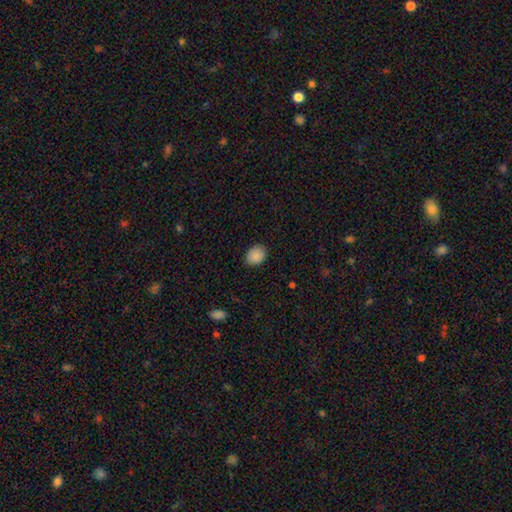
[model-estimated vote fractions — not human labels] This appears to be a smooth galaxy with no disk features (89%) that is in between round and cigar-shaped (62%). Merging: none (85%).